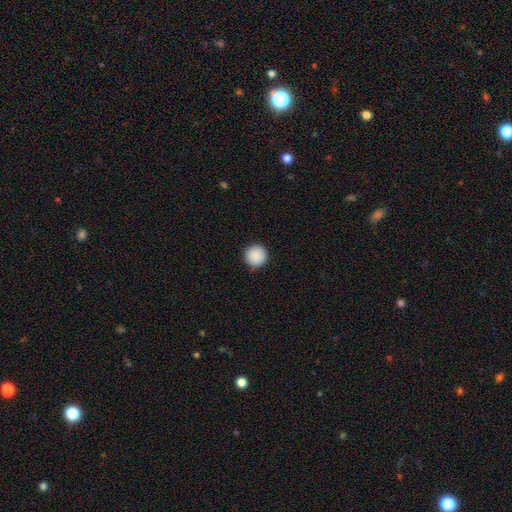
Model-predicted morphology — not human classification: type=smooth (90%); roundness=round (96%); merging=none (92%).